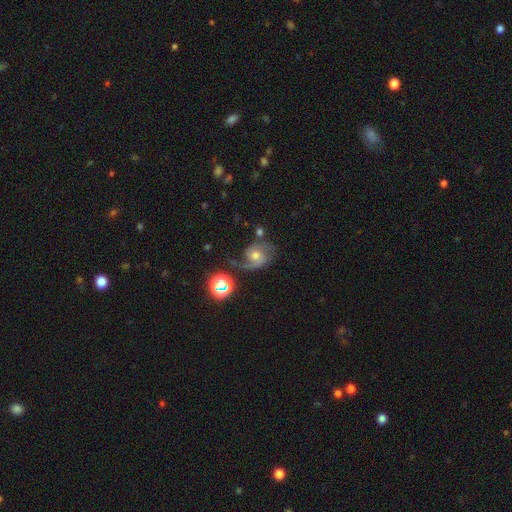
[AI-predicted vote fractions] smooth-or-featured: featured or disk: 73% | smooth: 16% | star or artifact: 11%
  disk-edge-on: no: 97% | yes: 3%
    bar: no: 67% | weak: 27% | strong: 5%
    has-spiral-arms: yes: 94% | no: 6%
      spiral-winding: medium: 49% | loose: 31% | tight: 21%
      spiral-arm-count: 2: 72% | 1: 19% | can't tell: 5% | 3: 2% | 4: 1% | more than 4: 1%
    bulge-size: moderate: 64% | small: 25% | large: 7% | none: 2% | dominant: 1%
  merging: none: 57% | minor disturbance: 21% | major disturbance: 16% | merger: 6%